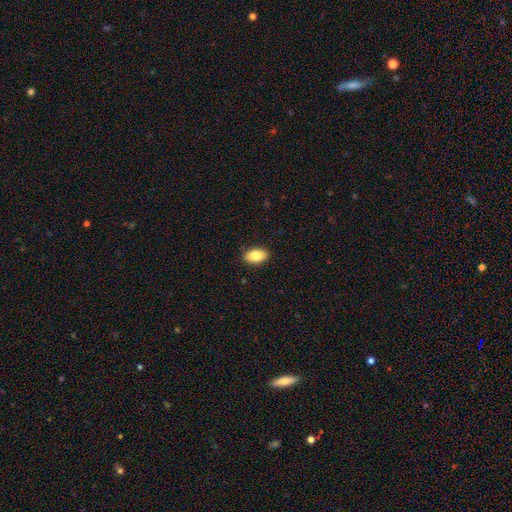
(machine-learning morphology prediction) Smooth or featured? Predicted: smooth (p=0.84). How rounded? Predicted: in between (p=0.91). Merging? Predicted: none (p=0.89).